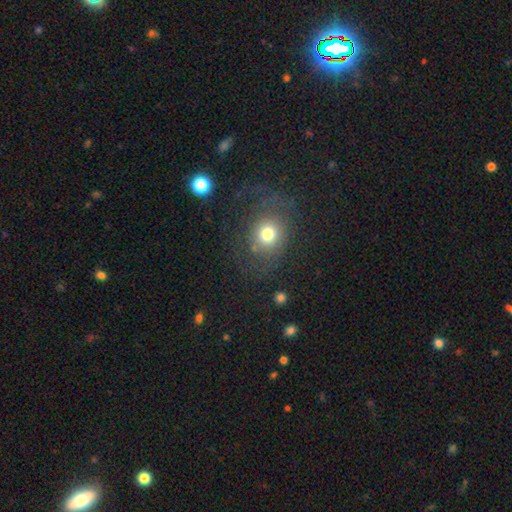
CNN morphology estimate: A smooth galaxy with no disk features (60%) that is round (71%). Merging: none (73%).